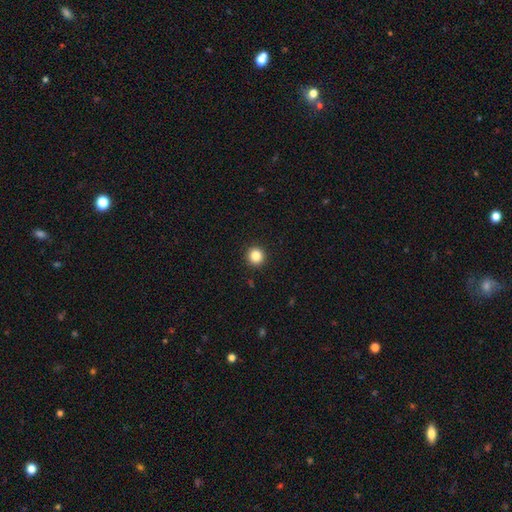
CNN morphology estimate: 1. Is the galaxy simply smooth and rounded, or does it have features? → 85% smooth, 11% star or artifact, 4% featured or disk.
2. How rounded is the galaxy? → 94% round, 6% in between, 1% cigar-shaped.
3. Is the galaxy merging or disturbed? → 93% none, 5% minor disturbance, 2% major disturbance, 1% merger.